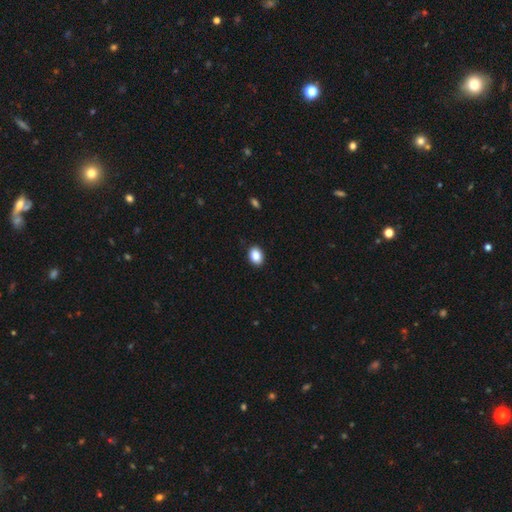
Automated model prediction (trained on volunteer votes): smooth 88%, star or artifact 8%, featured or disk 4%. Down the decision tree: how rounded — in between (75%); merging — none (90%).